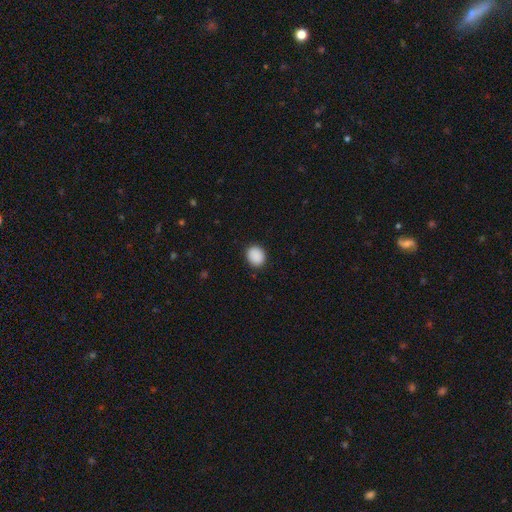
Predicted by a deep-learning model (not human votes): Morphology: type=smooth (90%); roundness=round (66%); merging=none (90%).